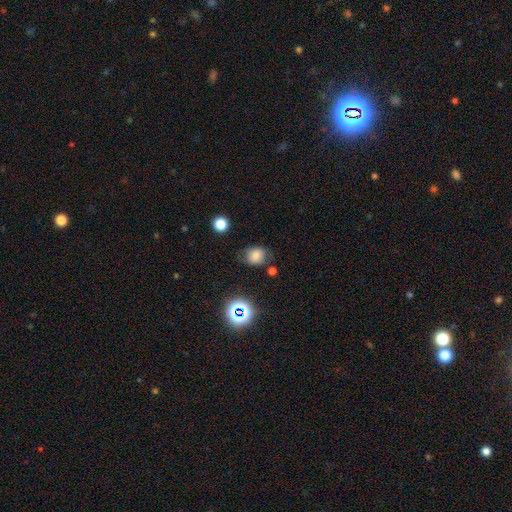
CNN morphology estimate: This is likely a smooth galaxy (71%). How rounded: likely round (64%). Merging: likely none (66%).